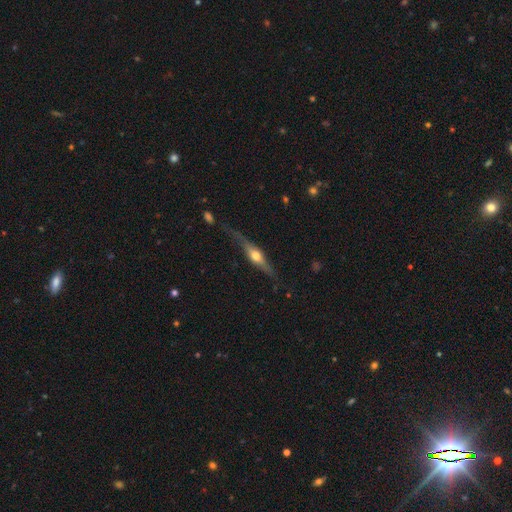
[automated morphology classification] Overall: featured or disk (70%). Edge-on disk: yes (96%). Edge-on bulge: rounded (93%). Merging: none (71%).